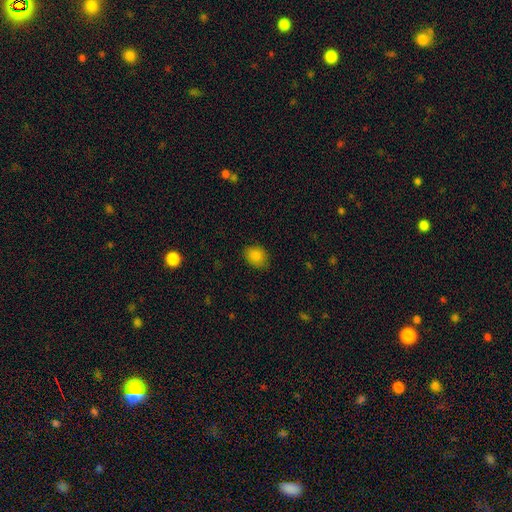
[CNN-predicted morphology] smooth-or-featured: smooth: 85% | star or artifact: 10% | featured or disk: 5%
  how-rounded: in between: 57% | round: 42% | cigar-shaped: 1%
  merging: none: 80% | minor disturbance: 16% | major disturbance: 3% | merger: 1%